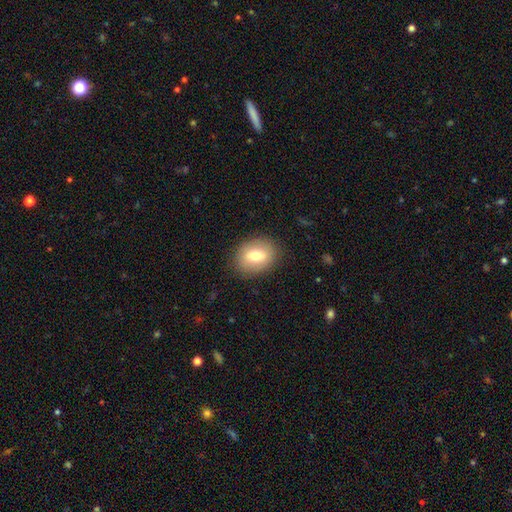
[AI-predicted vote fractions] Smooth or featured? Predicted: smooth (p=0.70). How rounded? Predicted: in between (p=0.61). Merging? Predicted: none (p=0.86).